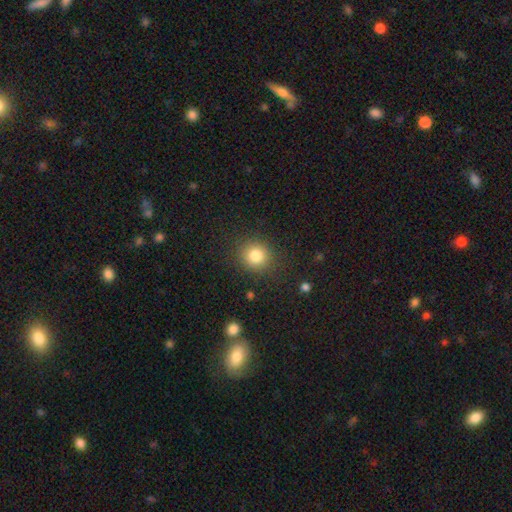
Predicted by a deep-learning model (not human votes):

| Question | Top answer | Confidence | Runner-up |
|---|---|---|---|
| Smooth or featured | smooth | 83% | star or artifact (11%) |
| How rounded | round | 87% | in between (12%) |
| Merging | none | 87% | minor disturbance (8%) |